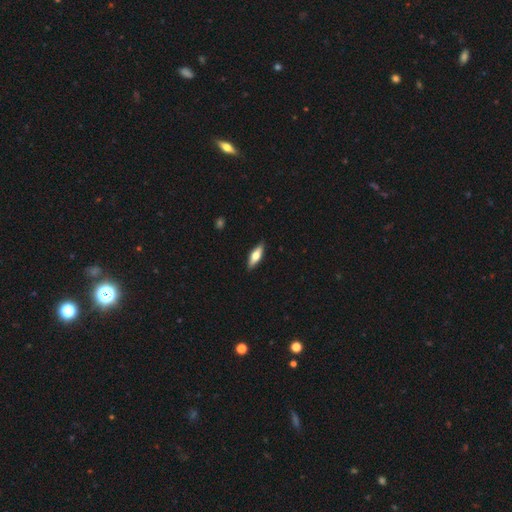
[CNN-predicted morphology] This is possibly a smooth galaxy (56%). How rounded: possibly in between (50%). Merging: clearly none (90%).